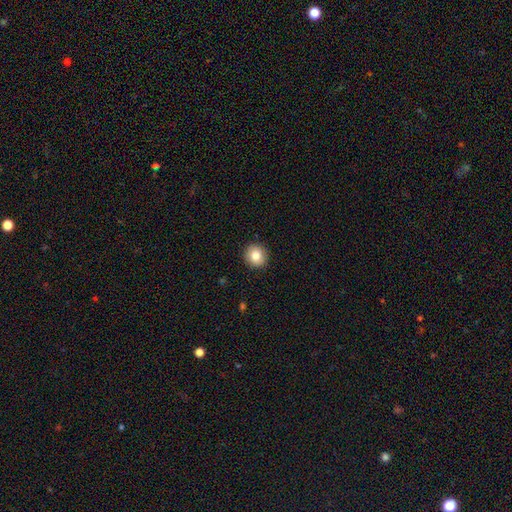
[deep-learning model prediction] The model was most divided on "smooth or featured": smooth: 83%, star or artifact: 9%, featured or disk: 8%. More confident: merging — none (92%); how rounded — round (91%).